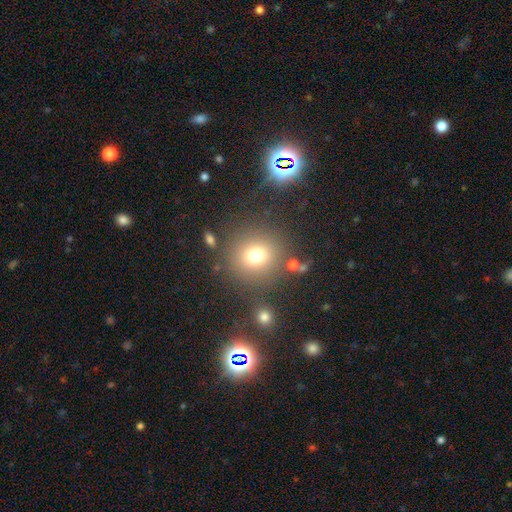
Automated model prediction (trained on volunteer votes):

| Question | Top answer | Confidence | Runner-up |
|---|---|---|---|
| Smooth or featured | smooth | 73% | star or artifact (16%) |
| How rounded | round | 91% | in between (8%) |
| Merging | none | 80% | minor disturbance (9%) |